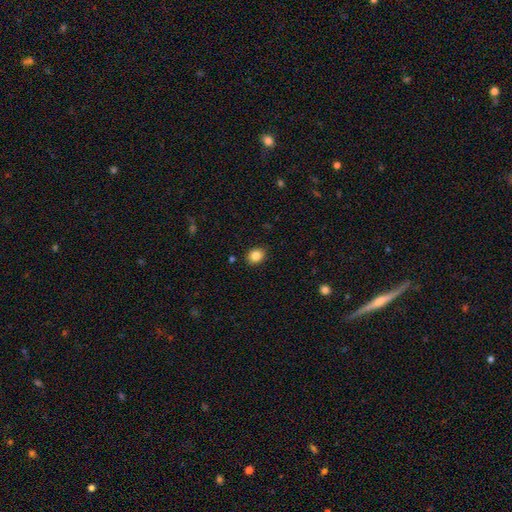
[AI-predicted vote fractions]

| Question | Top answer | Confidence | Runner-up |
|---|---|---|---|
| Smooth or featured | smooth | 84% | star or artifact (10%) |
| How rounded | round | 55% | in between (45%) |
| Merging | none | 88% | minor disturbance (8%) |